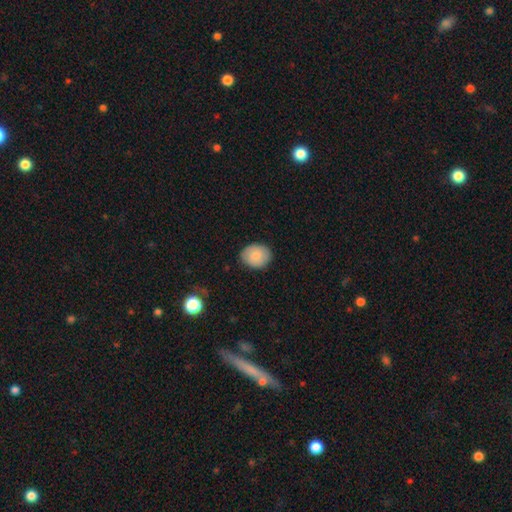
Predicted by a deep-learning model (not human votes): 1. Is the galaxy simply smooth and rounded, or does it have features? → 81% smooth, 12% featured or disk, 7% star or artifact.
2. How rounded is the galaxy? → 52% round, 47% in between, 1% cigar-shaped.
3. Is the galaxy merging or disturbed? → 85% none, 12% minor disturbance, 2% major disturbance, 1% merger.